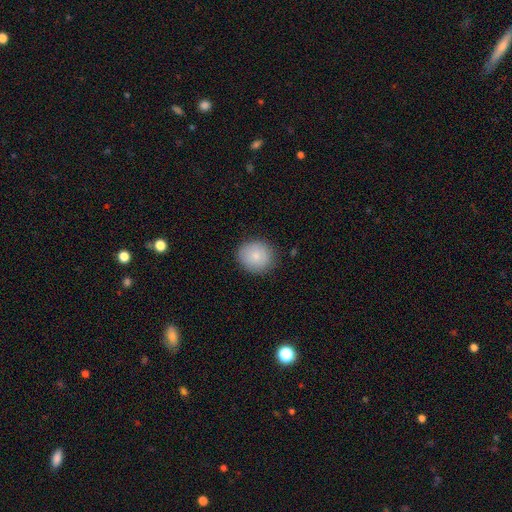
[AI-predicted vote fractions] Overall: smooth (83%). How rounded: round (82%). Merging: none (86%).